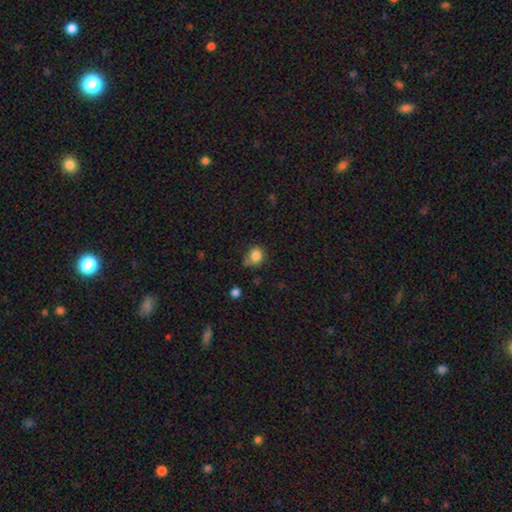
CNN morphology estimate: Overall: smooth (84%). How rounded: round (70%; in between 30%). Merging: none (63%).